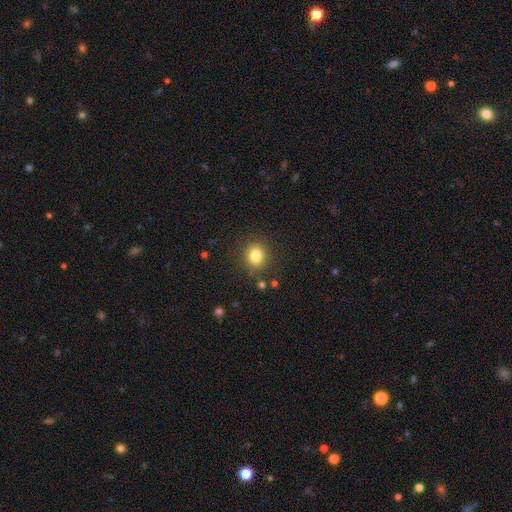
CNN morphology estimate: smooth-or-featured: smooth: 81% | star or artifact: 12% | featured or disk: 7%
  how-rounded: round: 82% | in between: 17% | cigar-shaped: 1%
  merging: none: 87% | minor disturbance: 8% | major disturbance: 3% | merger: 2%